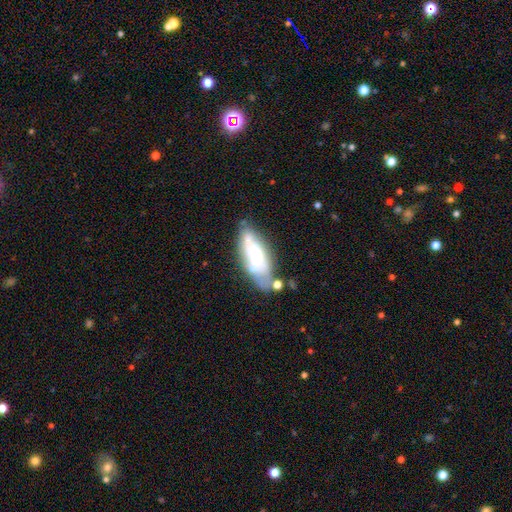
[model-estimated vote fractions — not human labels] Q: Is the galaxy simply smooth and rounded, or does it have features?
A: featured or disk — 55%.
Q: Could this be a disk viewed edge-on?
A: no — 83%.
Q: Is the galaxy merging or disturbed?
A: none — 51%.